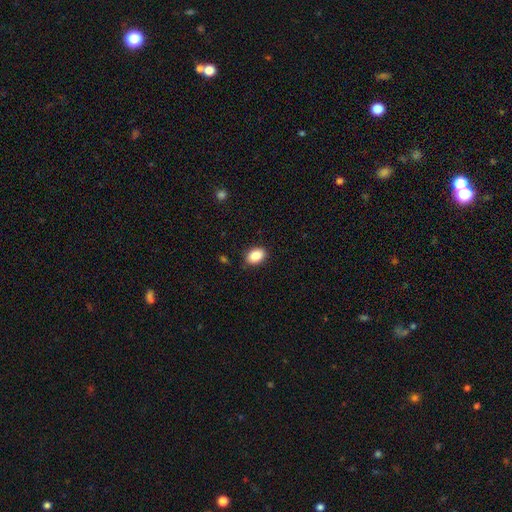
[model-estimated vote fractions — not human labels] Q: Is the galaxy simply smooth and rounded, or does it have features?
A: smooth — 87%.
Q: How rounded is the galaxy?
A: in between — 81%.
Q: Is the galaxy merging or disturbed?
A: none — 87%.